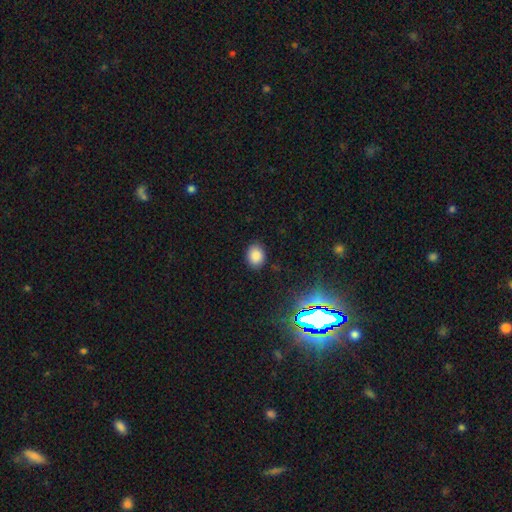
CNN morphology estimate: The model was most divided on "how rounded": in between: 53%, round: 46%, cigar-shaped: 1%. More confident: merging — none (86%); smooth or featured — smooth (85%).